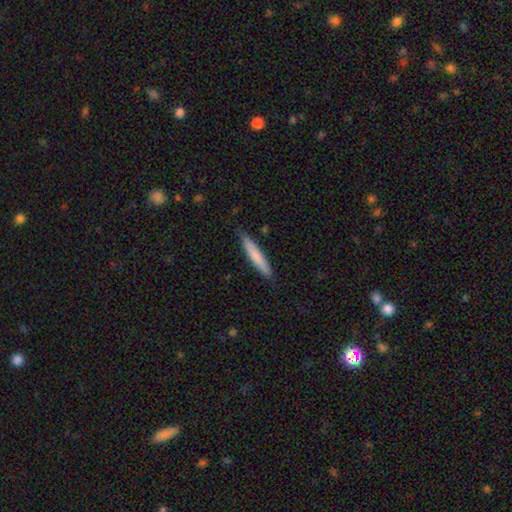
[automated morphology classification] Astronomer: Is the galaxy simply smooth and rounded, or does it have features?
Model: smooth — 74%.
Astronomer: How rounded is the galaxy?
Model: cigar-shaped — 94%.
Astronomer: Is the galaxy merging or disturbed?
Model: none — 88%.